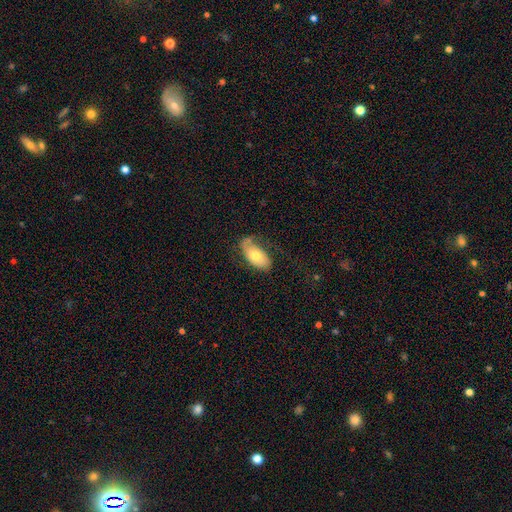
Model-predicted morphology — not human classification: type=smooth (61%); roundness=in between (93%); merging=none (52%).